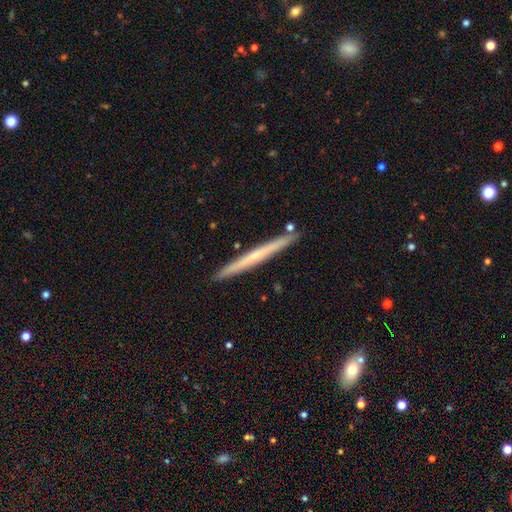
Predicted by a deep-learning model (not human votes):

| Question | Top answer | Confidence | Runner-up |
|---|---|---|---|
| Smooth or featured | featured or disk | 53% | smooth (41%) |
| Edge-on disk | yes | 97% | no (3%) |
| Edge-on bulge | none | 72% | rounded (24%) |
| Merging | none | 91% | minor disturbance (6%) |